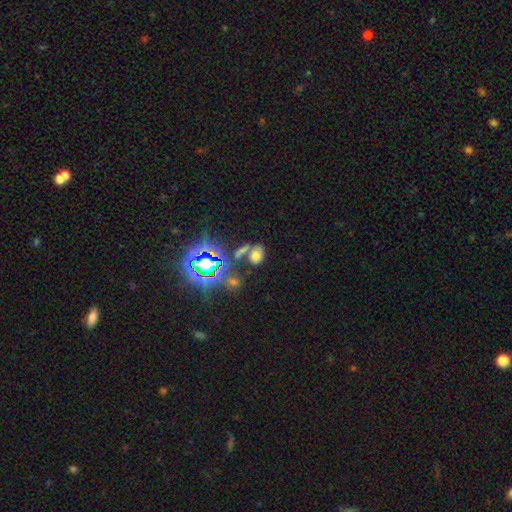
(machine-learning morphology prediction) smooth-or-featured: smooth: 56% | star or artifact: 32% | featured or disk: 13%
  how-rounded: in between: 66% | round: 32% | cigar-shaped: 3%
  merging: none: 56% | merger: 21% | minor disturbance: 14% | major disturbance: 8%